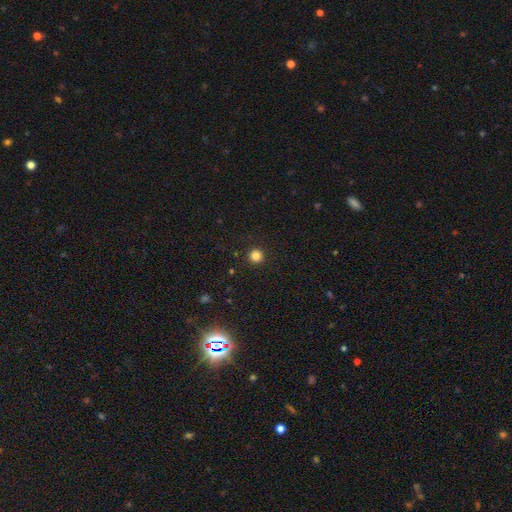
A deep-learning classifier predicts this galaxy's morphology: Q: Smooth or featured?
A: smooth (84%); runner-up: star or artifact (12%)
Q: How rounded?
A: round (96%); runner-up: in between (4%)
Q: Merging?
A: none (93%); runner-up: minor disturbance (4%)